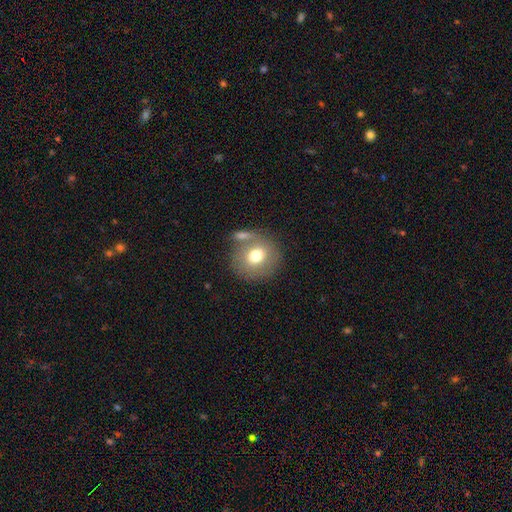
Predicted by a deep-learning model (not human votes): smooth_or_featured: smooth (p=0.70) [alt: featured or disk p=0.21]
how_rounded: round (p=0.84) [alt: in between p=0.15]
merging: none (p=0.65) [alt: merger p=0.17]